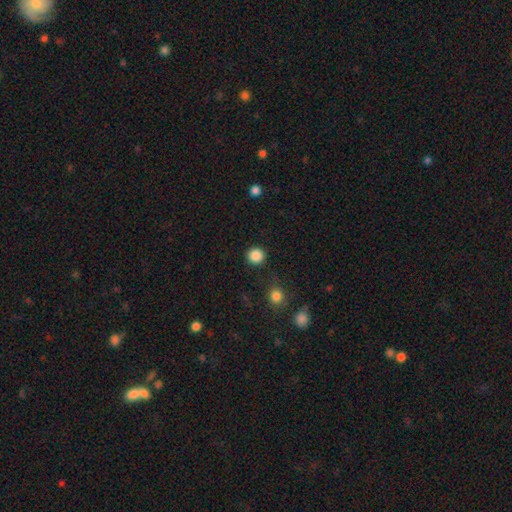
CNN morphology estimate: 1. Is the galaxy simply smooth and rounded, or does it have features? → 86% smooth, 11% star or artifact, 3% featured or disk.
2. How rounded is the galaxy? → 94% round, 5% in between, 1% cigar-shaped.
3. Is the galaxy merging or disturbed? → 90% none, 6% minor disturbance, 2% major disturbance, 2% merger.